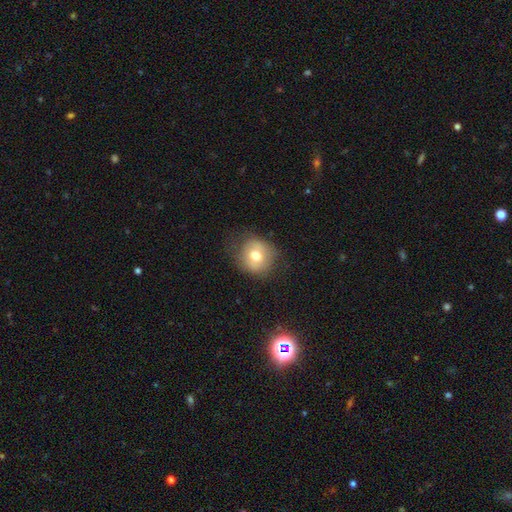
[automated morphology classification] A smooth galaxy with no disk features (68%) that is round (85%). Merging: none (72%).